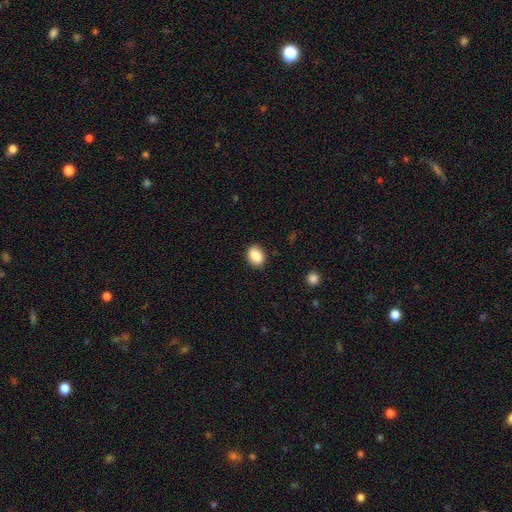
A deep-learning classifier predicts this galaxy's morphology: Smooth or featured? smooth (87%)
How rounded? in between (60%)
Merging? none (90%)